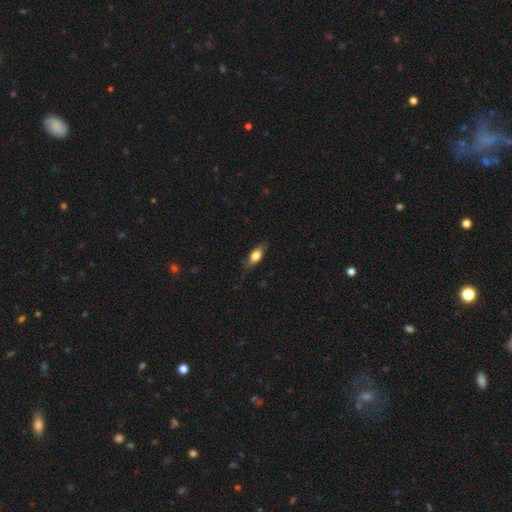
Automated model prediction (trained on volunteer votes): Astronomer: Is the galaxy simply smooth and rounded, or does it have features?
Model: smooth — 74%.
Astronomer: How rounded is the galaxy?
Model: in between — 79%.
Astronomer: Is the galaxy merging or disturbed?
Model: none — 75%.